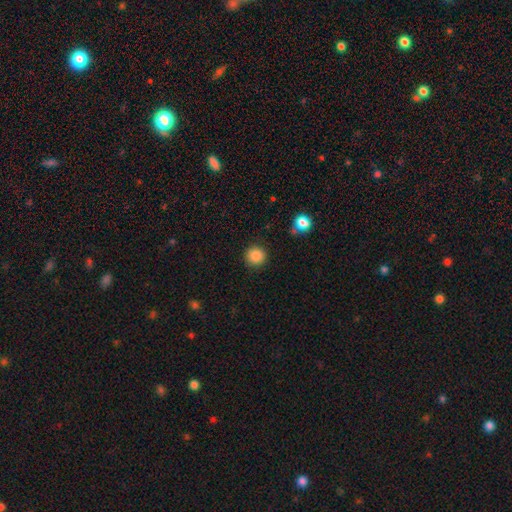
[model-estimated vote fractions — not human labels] Overall: smooth (87%). How rounded: round (94%). Merging: none (90%).